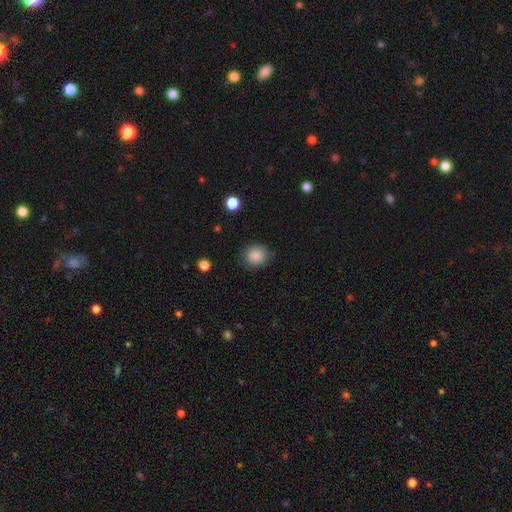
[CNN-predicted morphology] Smooth or featured? smooth (87%)
How rounded? round (88%)
Merging? none (85%)